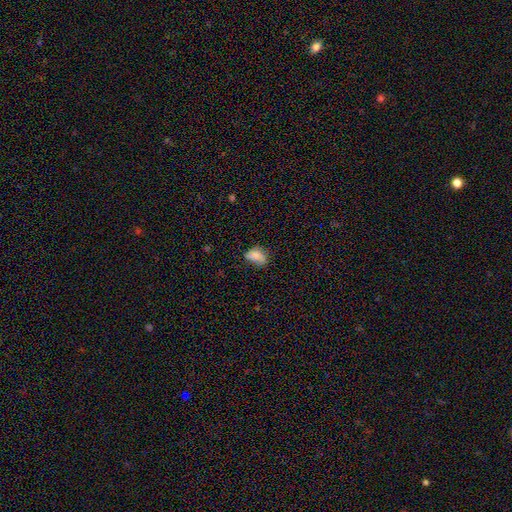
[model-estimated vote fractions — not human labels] Q: Smooth or featured?
A: smooth (81%); runner-up: featured or disk (10%)
Q: How rounded?
A: in between (85%); runner-up: round (14%)
Q: Merging?
A: none (50%); runner-up: minor disturbance (36%)